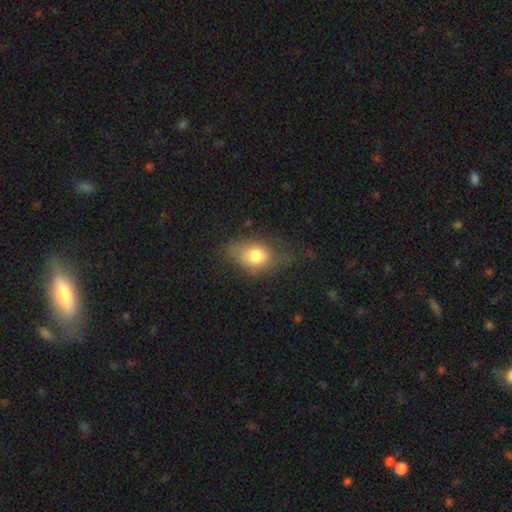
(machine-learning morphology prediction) Smooth or featured: smooth — 76% (featured or disk — 15%)
How rounded: in between — 72% (round — 27%)
Merging: none — 51% (minor disturbance — 31%)